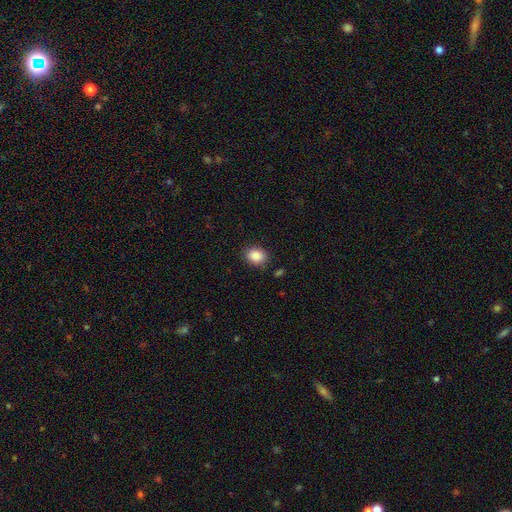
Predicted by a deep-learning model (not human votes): Q: Smooth or featured?
A: smooth (88%); runner-up: star or artifact (8%)
Q: How rounded?
A: in between (57%); runner-up: round (42%)
Q: Merging?
A: none (85%); runner-up: minor disturbance (10%)